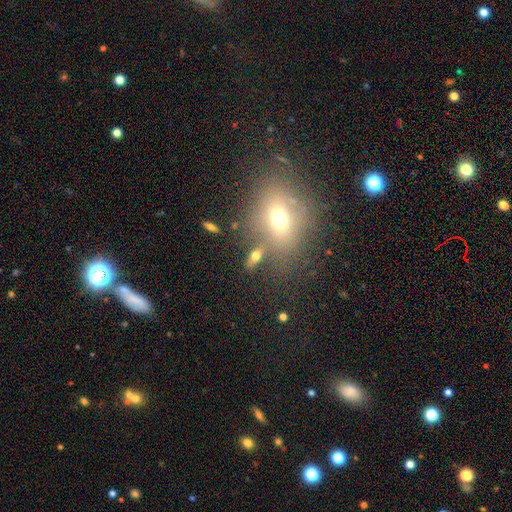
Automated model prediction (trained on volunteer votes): A smooth galaxy with no disk features (62%) that is in between round and cigar-shaped (64%). Merging: none (66%).